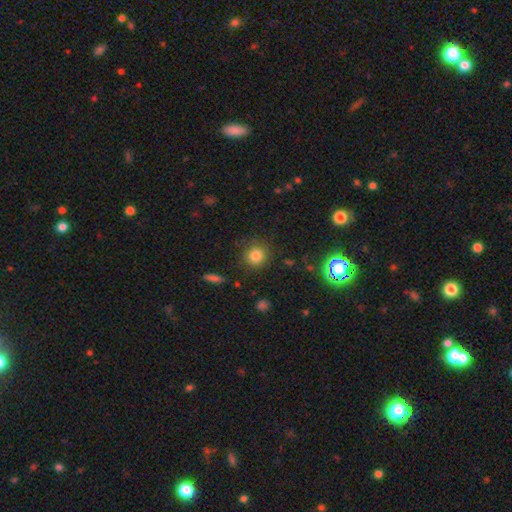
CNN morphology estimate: The model was most divided on "smooth or featured": smooth: 80%, star or artifact: 13%, featured or disk: 7%. More confident: how rounded — round (89%); merging — none (87%).